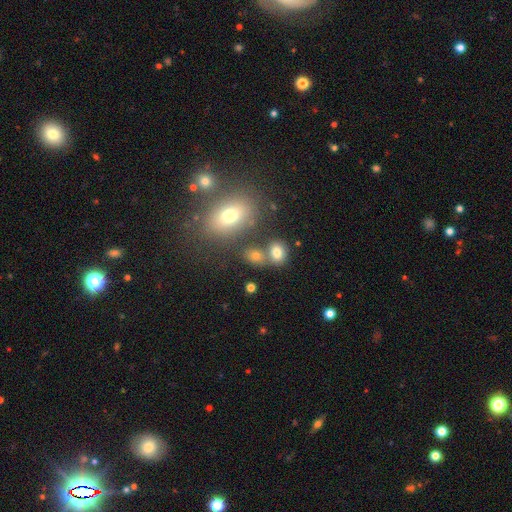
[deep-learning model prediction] Smooth or featured: smooth — 74% (star or artifact — 15%)
How rounded: in between — 60% (round — 38%)
Merging: none — 58% (merger — 25%)